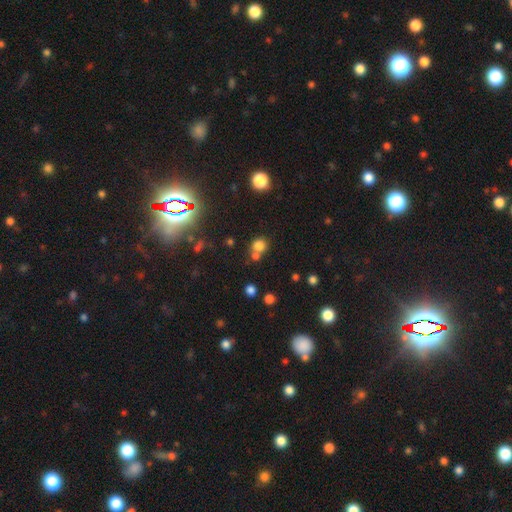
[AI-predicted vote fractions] This is likely a star or artifact rather than a galaxy (68%).